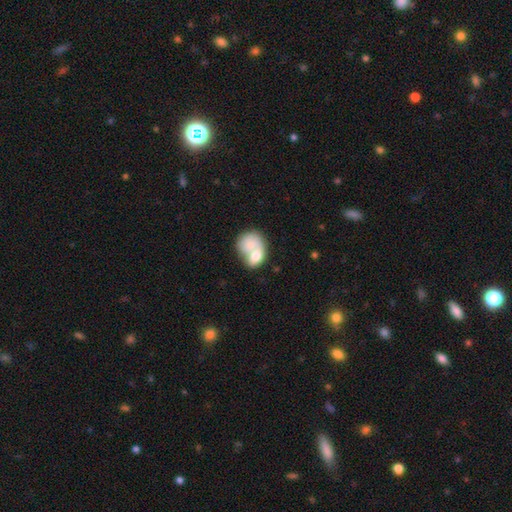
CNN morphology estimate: Smooth or featured?
  - smooth: 69% *
  - featured or disk: 25%
  - star or artifact: 7%
How rounded?
  - in between: 56% *
  - round: 42%
  - cigar-shaped: 1%
Merging?
  - merger: 66% *
  - none: 17%
  - minor disturbance: 8%
  - major disturbance: 8%